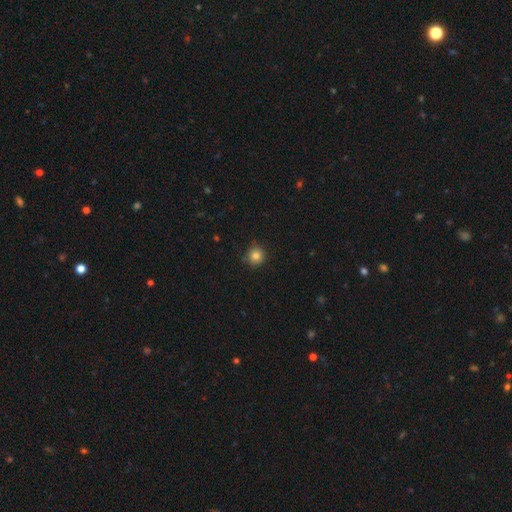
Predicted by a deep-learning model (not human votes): smooth-or-featured: smooth: 82% | star or artifact: 12% | featured or disk: 6%
  how-rounded: round: 93% | in between: 6% | cigar-shaped: 1%
  merging: none: 85% | minor disturbance: 11% | major disturbance: 2% | merger: 1%